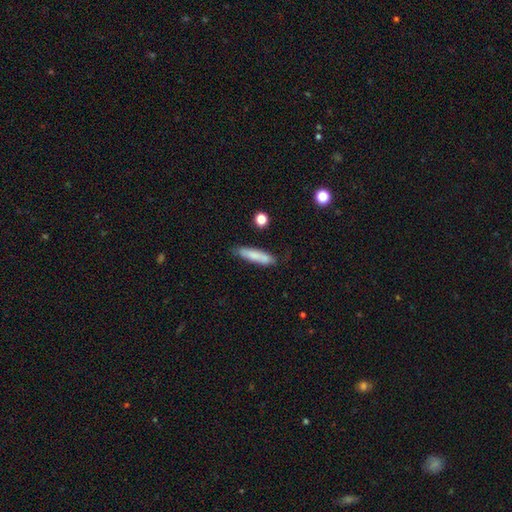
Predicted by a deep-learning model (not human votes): smooth 77%, featured or disk 17%, star or artifact 7%. Down the decision tree: how rounded — cigar-shaped (80%); merging — none (75%).